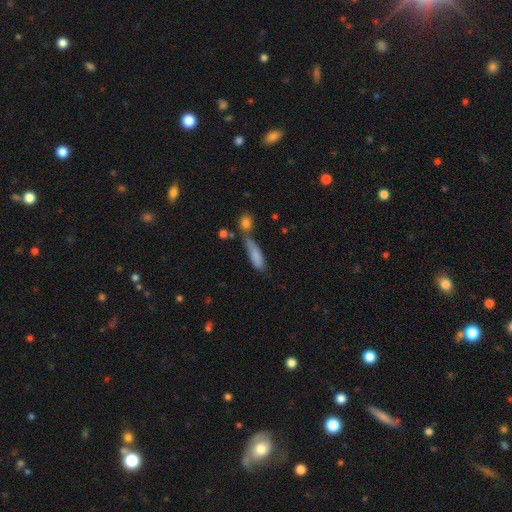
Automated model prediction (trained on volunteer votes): The model was most divided on "how rounded": cigar-shaped: 58%, in between: 40%, round: 2%. Remaining: smooth or featured — smooth (82%); merging — none (45%).